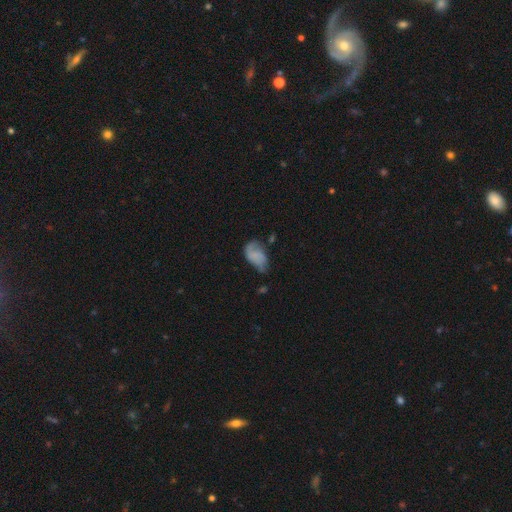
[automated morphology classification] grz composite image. It shows a smooth galaxy with no disk features (56%) that is in between round and cigar-shaped (90%). Merging: none (37%).